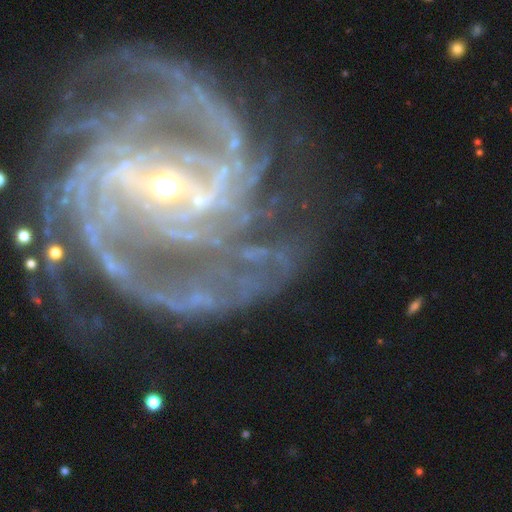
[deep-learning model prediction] This is clearly a featured or disk galaxy (91%). It is clearly not viewed edge-on (98%). Bar: marginally strong (45%). Spiral arm pattern: clearly yes (98%). Spiral arm count: marginally 2 (36%). Spiral winding: possibly tight (47%). Central bulge: likely small (61%). Merging: likely none (65%).